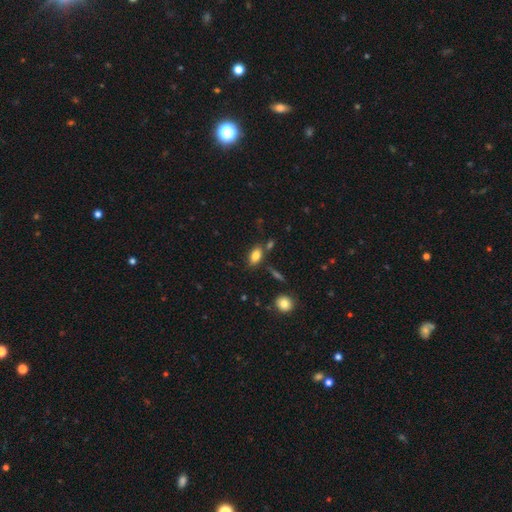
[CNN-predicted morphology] smooth 82%, featured or disk 9%, star or artifact 9%. Down the decision tree: how rounded — in between (88%); merging — none (75%).